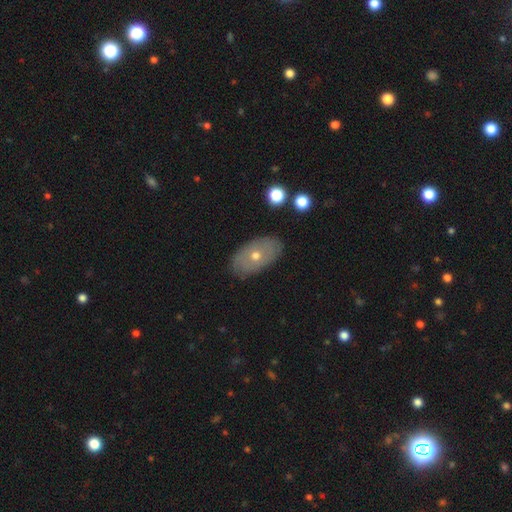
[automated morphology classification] A smooth galaxy with no disk features (52%) that is in between round and cigar-shaped (90%). Merging: none (85%).